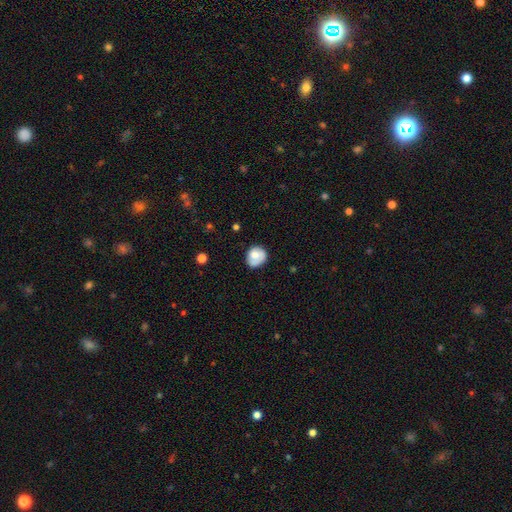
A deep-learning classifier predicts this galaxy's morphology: Smooth or featured? smooth (64%)
How rounded? round (71%)
Merging? none (64%)